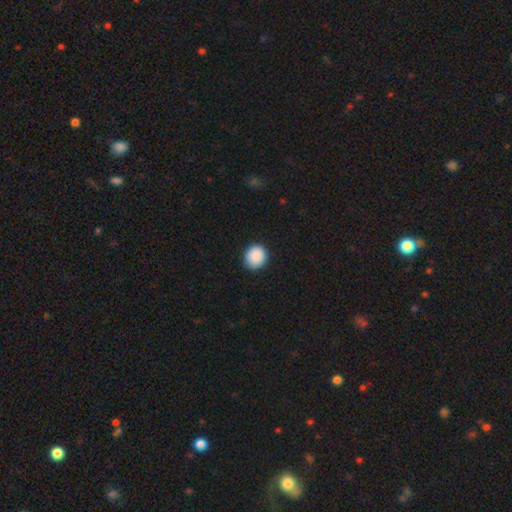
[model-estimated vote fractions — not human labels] Smooth or featured? Predicted: smooth (p=0.90). How rounded? Predicted: round (p=0.84). Merging? Predicted: none (p=0.88).